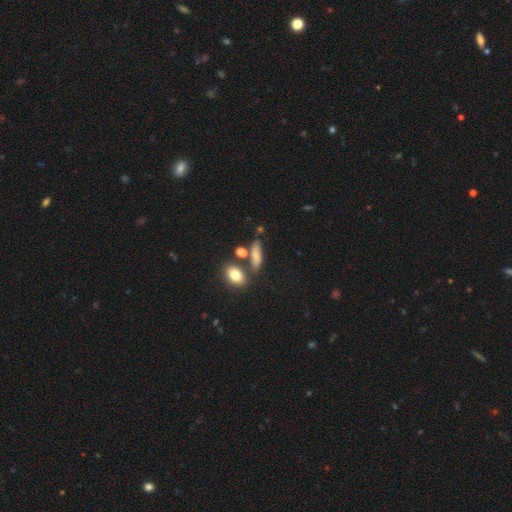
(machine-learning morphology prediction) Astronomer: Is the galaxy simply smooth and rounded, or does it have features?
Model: smooth — 66%.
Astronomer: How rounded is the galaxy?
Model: in between — 57% (runner-up: cigar-shaped, 34%).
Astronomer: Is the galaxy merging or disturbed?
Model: none — 58%.